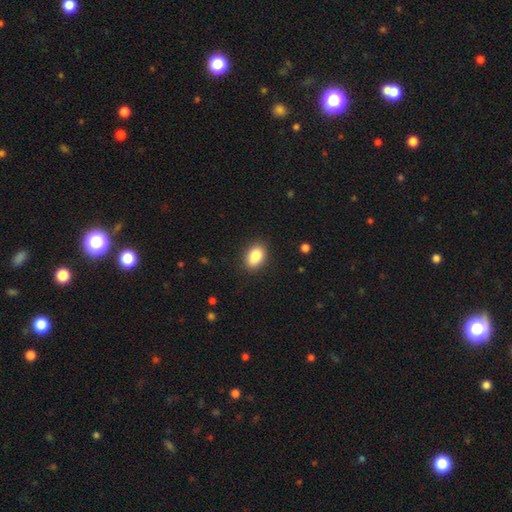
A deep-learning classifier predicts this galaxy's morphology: Q: Smooth or featured?
A: smooth (86%); runner-up: star or artifact (8%)
Q: How rounded?
A: in between (85%); runner-up: round (14%)
Q: Merging?
A: none (87%); runner-up: minor disturbance (10%)